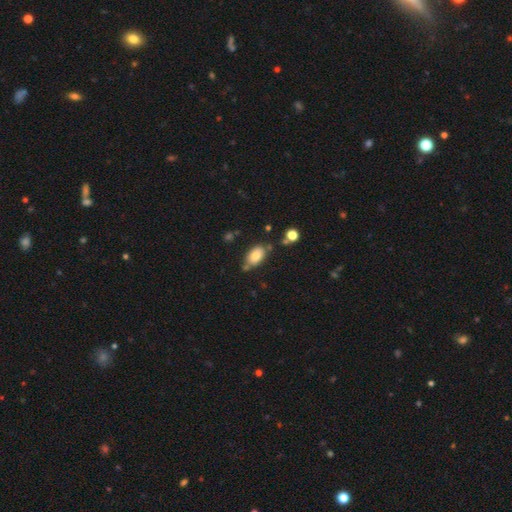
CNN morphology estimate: Q: Smooth or featured?
A: smooth (81%); runner-up: featured or disk (10%)
Q: How rounded?
A: in between (91%); runner-up: round (7%)
Q: Merging?
A: none (67%); runner-up: minor disturbance (18%)